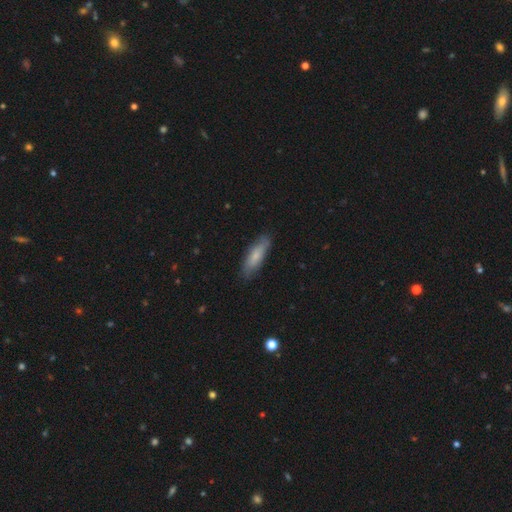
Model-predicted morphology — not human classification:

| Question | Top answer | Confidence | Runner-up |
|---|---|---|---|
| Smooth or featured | smooth | 71% | featured or disk (23%) |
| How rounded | cigar-shaped | 55% | in between (43%) |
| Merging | none | 79% | minor disturbance (16%) |